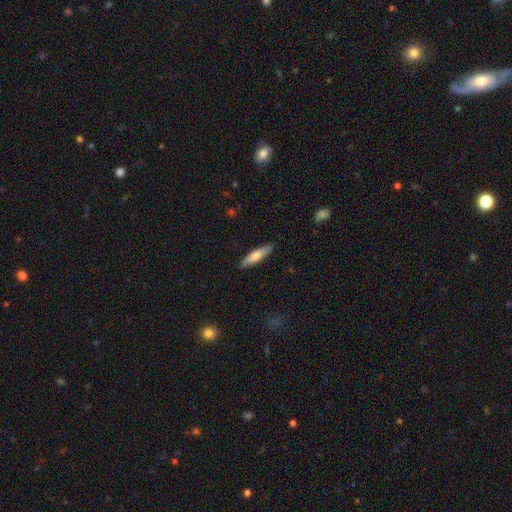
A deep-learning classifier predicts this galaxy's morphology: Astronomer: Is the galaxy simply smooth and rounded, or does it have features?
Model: smooth — 70%.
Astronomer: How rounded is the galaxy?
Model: cigar-shaped — 77%.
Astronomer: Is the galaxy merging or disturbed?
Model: none — 87%.